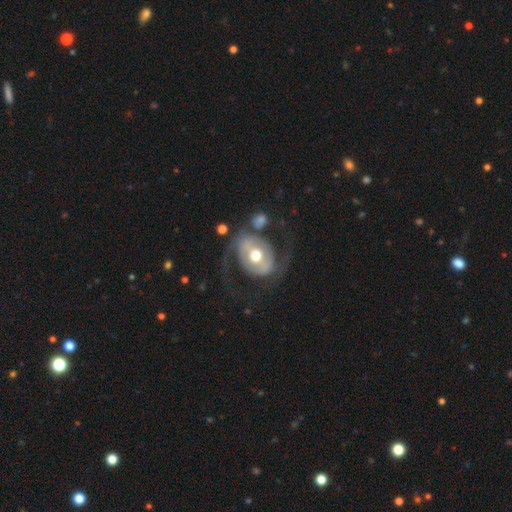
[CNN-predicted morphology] Smooth or featured: featured or disk — 71% (smooth — 24%)
Edge-on disk: no — 96% (yes — 4%)
Bar: no — 52% (weak — 30%)
Spiral arms: yes — 65% (no — 35%)
Bulge size: moderate — 71% (large — 21%)
Merging: none — 51% (major disturbance — 26%)